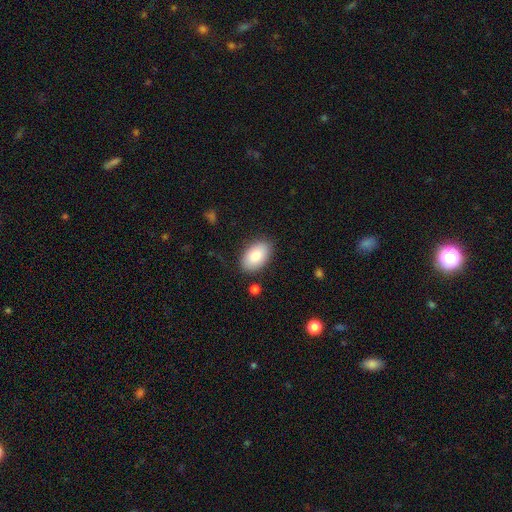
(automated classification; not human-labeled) smooth 84%, featured or disk 10%, star or artifact 6%. Down the decision tree: how rounded — in between (93%); merging — none (85%).